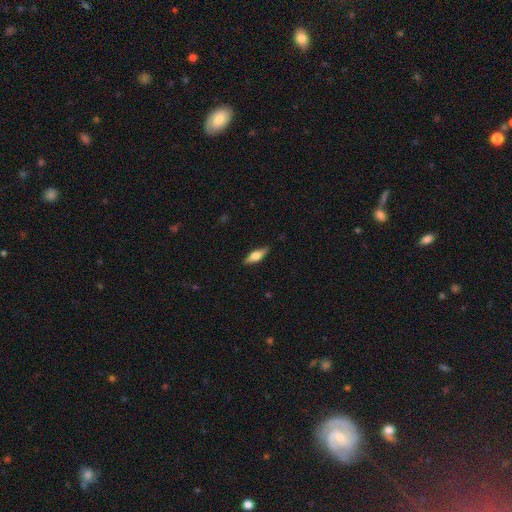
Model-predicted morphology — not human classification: The model was most divided on "smooth or featured": featured or disk: 48%, smooth: 46%, star or artifact: 6%. More confident: merging — none (87%).